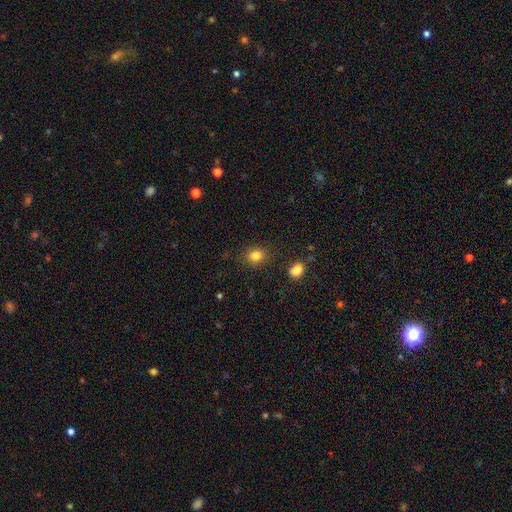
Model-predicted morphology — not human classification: A smooth galaxy with no disk features (83%) that is round (69%). Merging: none (86%).